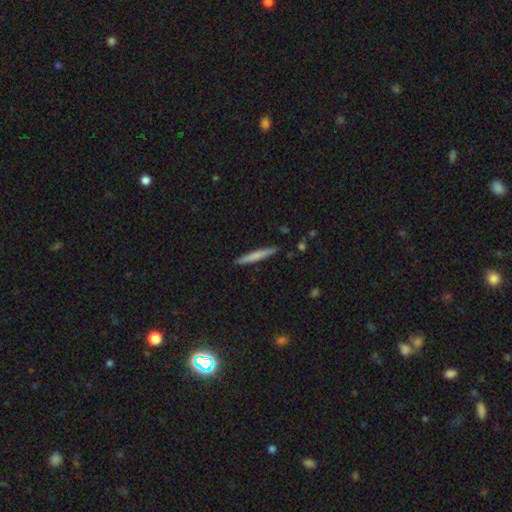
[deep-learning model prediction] Smooth or featured? smooth (68%)
How rounded? cigar-shaped (96%)
Merging? none (90%)